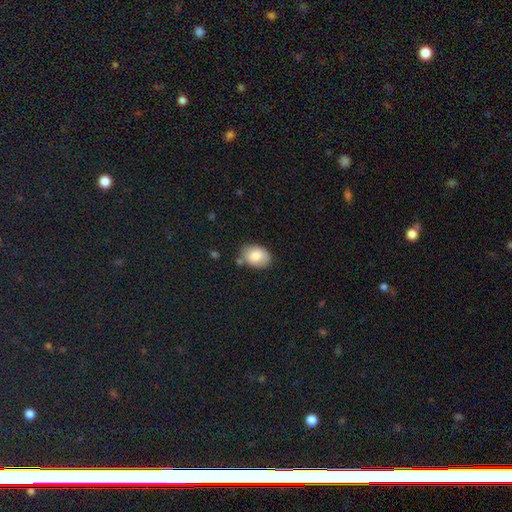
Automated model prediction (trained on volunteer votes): Smooth or featured? Predicted: smooth (p=0.82). How rounded? Predicted: in between (p=0.78). Merging? Predicted: none (p=0.74).